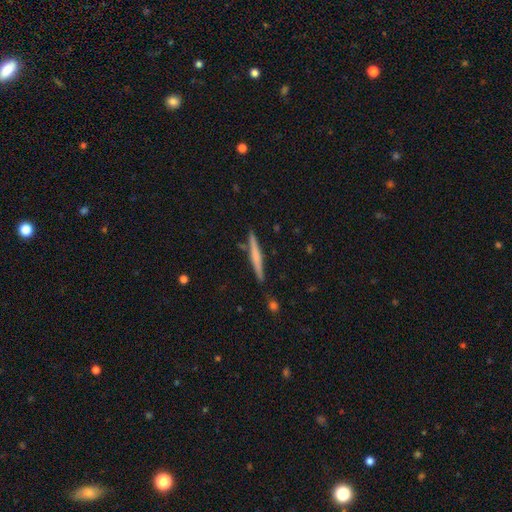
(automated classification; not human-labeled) Morphology: type=smooth (49%); merging=none (87%).